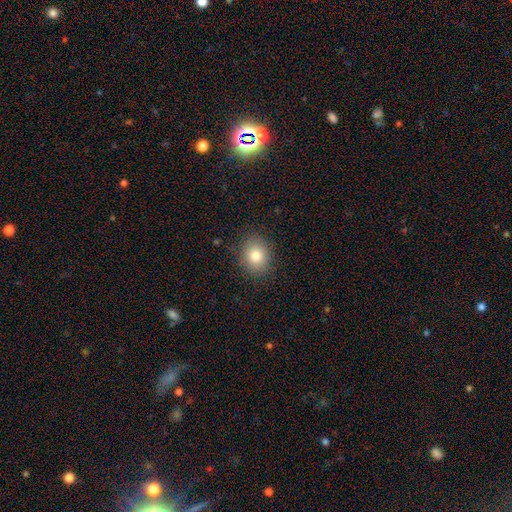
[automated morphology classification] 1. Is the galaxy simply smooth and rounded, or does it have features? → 81% smooth, 10% star or artifact, 9% featured or disk.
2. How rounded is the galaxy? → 61% round, 38% in between, 1% cigar-shaped.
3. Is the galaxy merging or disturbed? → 87% none, 9% minor disturbance, 3% major disturbance, 1% merger.